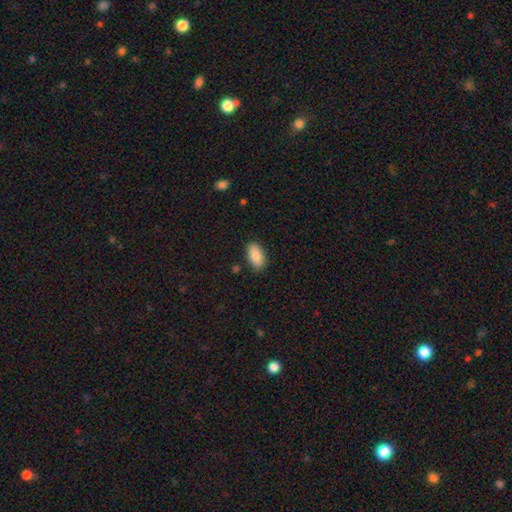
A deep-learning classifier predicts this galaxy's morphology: smooth 84%, featured or disk 10%, star or artifact 7%. Down the decision tree: how rounded — in between (93%); merging — none (86%).